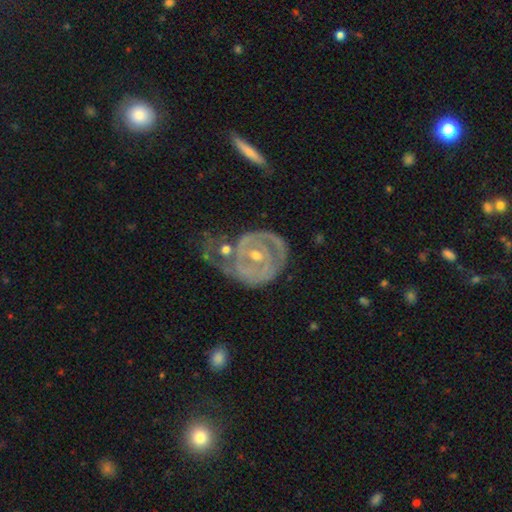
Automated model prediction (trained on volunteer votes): Smooth or featured?
  - featured or disk: 83% *
  - smooth: 12%
  - star or artifact: 5%
Edge-on disk?
  - no: 97% *
  - yes: 3%
Bar?
  - no: 49% *
  - weak: 36%
  - strong: 15%
Spiral arms?
  - yes: 80% *
  - no: 20%
Spiral winding?
  - tight: 66% *
  - medium: 24%
  - loose: 10%
Spiral arm count?
  - 2: 41% *
  - can't tell: 27%
  - 1: 18%
  - 3: 8%
  - 4: 3%
  - more than 4: 3%
Bulge size?
  - moderate: 52% *
  - small: 44%
  - large: 2%
  - none: 1%
  - dominant: 1%
Merging?
  - none: 39% *
  - major disturbance: 24%
  - minor disturbance: 23%
  - merger: 14%